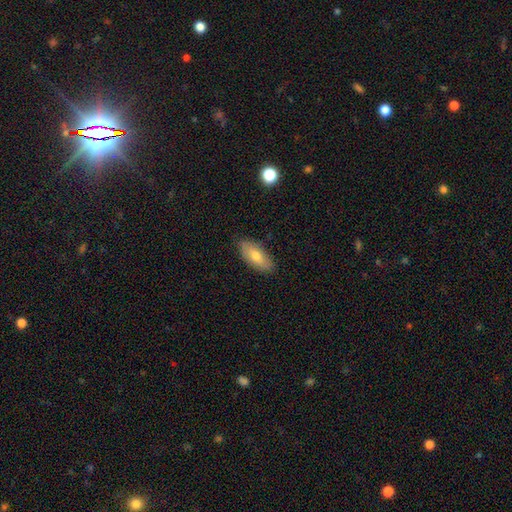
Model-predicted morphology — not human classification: Smooth or featured?
  - smooth: 71% *
  - featured or disk: 22%
  - star or artifact: 7%
How rounded?
  - in between: 83% *
  - cigar-shaped: 14%
  - round: 3%
Merging?
  - none: 86% *
  - minor disturbance: 11%
  - major disturbance: 2%
  - merger: 1%